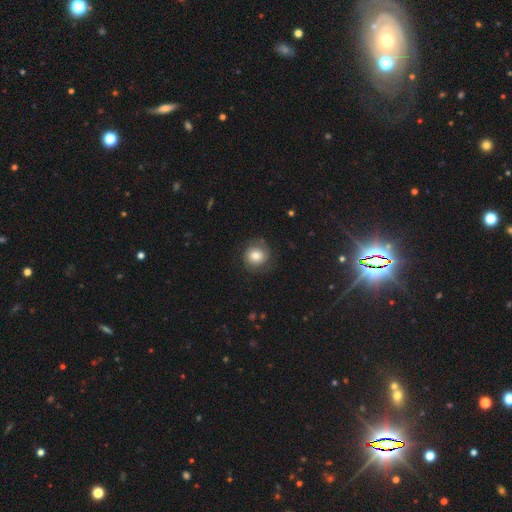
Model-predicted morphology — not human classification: This appears to be a smooth galaxy with no disk features (57%) that is round (88%). Merging: none (76%).